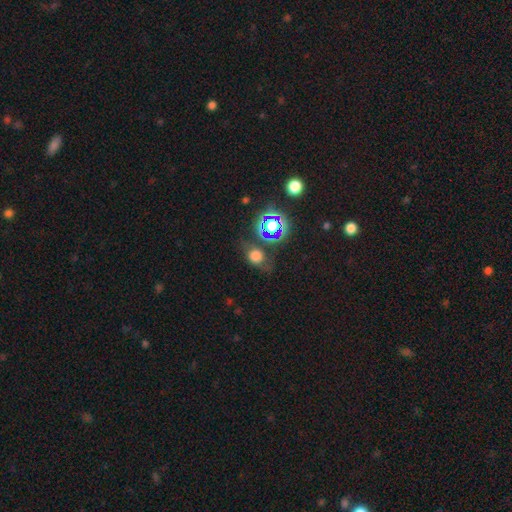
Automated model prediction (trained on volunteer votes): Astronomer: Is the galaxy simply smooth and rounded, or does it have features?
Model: smooth — 60%.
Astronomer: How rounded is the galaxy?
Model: round — 59% (runner-up: in between, 39%).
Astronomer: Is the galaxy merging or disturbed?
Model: none — 60%.